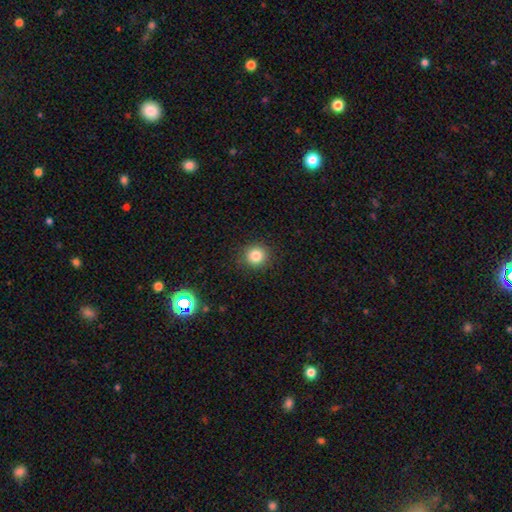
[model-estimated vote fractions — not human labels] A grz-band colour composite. It shows a smooth galaxy with no disk features (83%) that is round (91%). Merging: none (90%).